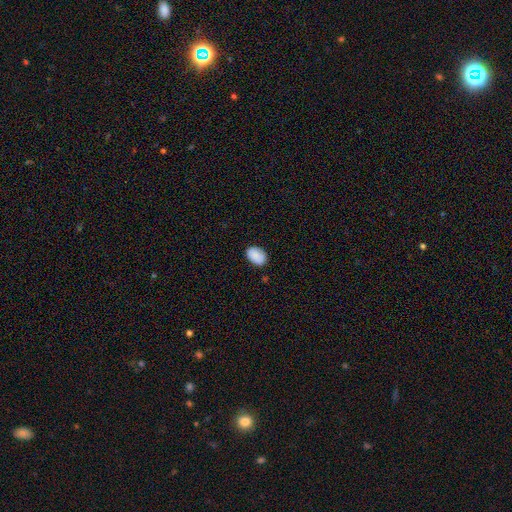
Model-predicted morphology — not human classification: Smooth or featured?
  - smooth: 88% *
  - star or artifact: 7%
  - featured or disk: 5%
How rounded?
  - in between: 85% *
  - round: 14%
  - cigar-shaped: 1%
Merging?
  - none: 82% *
  - minor disturbance: 14%
  - major disturbance: 2%
  - merger: 1%